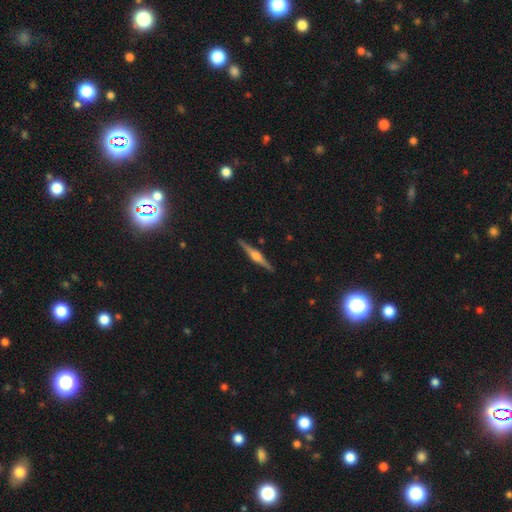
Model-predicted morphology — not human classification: Q: Smooth or featured?
A: featured or disk (81%); runner-up: smooth (14%)
Q: Edge-on disk?
A: yes (98%); runner-up: no (2%)
Q: Edge-on bulge?
A: rounded (87%); runner-up: boxy (10%)
Q: Merging?
A: none (91%); runner-up: minor disturbance (6%)